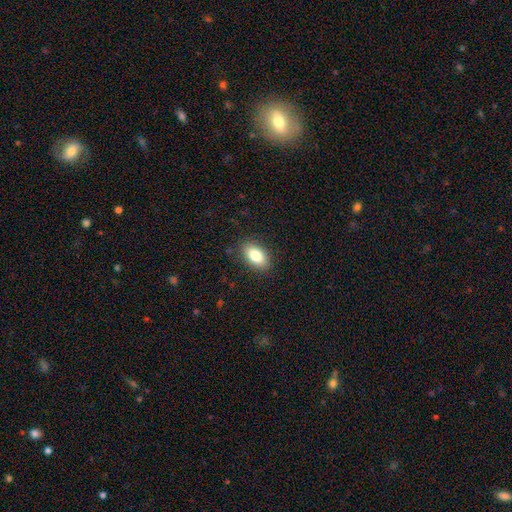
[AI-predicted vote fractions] The model was most divided on "smooth or featured": smooth: 82%, featured or disk: 10%, star or artifact: 8%. More confident: how rounded — in between (91%); merging — none (87%).